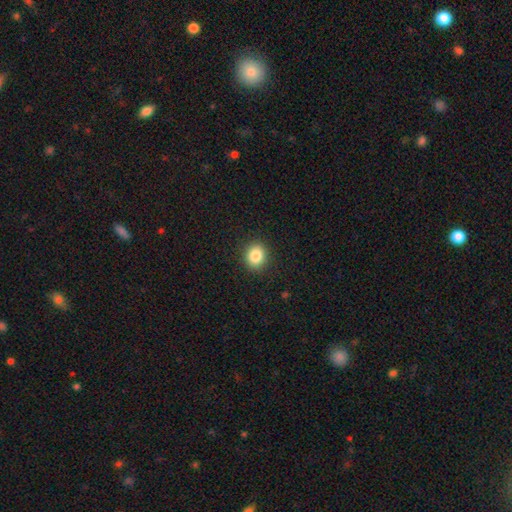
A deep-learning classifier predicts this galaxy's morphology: smooth 85%, star or artifact 10%, featured or disk 5%. Down the decision tree: how rounded — round (70%); merging — none (90%).